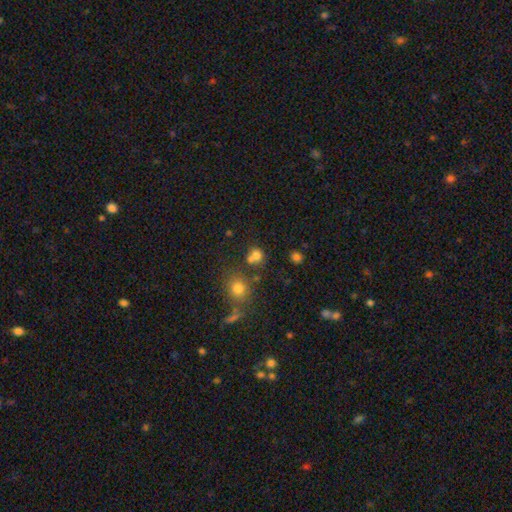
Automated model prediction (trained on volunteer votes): This appears to be a smooth galaxy with no disk features (75%) that is round (76%). Merging: none (49%).